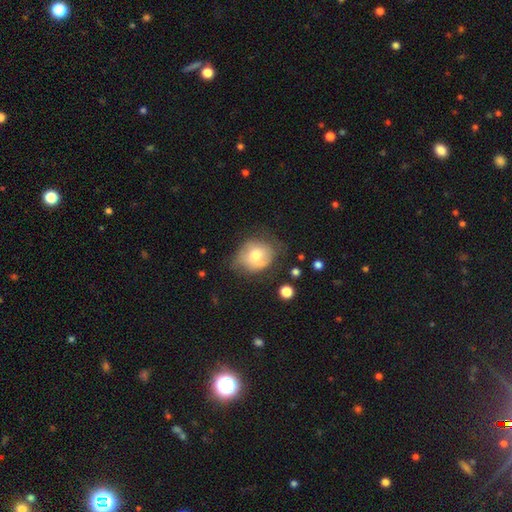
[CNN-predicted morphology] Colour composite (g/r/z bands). It shows a smooth galaxy with no disk features (60%) that is round (61%). Merging: none (48%).